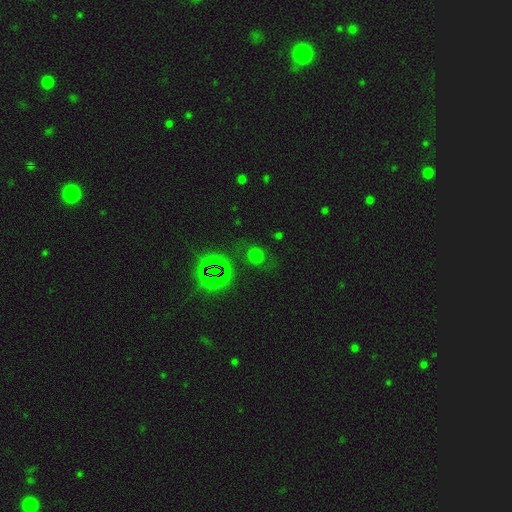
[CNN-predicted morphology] smooth_or_featured: smooth (p=0.60) [alt: star or artifact p=0.32]
how_rounded: round (p=0.76) [alt: in between p=0.23]
merging: none (p=0.78) [alt: minor disturbance p=0.13]